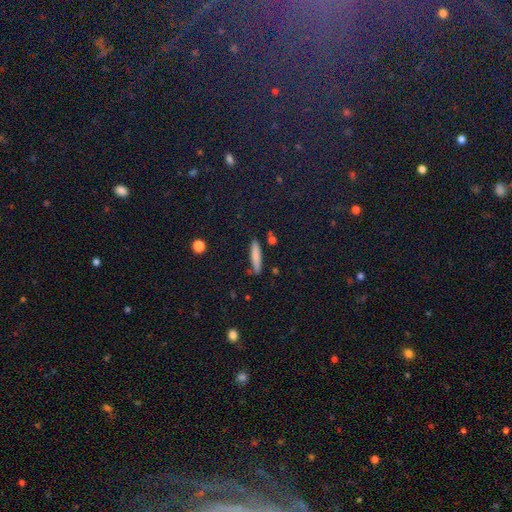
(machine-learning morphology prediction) Smooth or featured?
  - smooth: 78% *
  - featured or disk: 13%
  - star or artifact: 8%
How rounded?
  - cigar-shaped: 88% *
  - in between: 10%
  - round: 2%
Merging?
  - none: 83% *
  - minor disturbance: 11%
  - merger: 4%
  - major disturbance: 2%